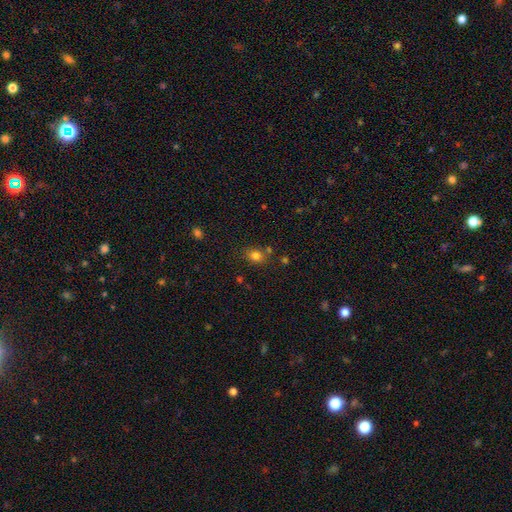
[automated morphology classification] Smooth or featured? smooth (79%)
How rounded? round (52%)
Merging? none (73%)